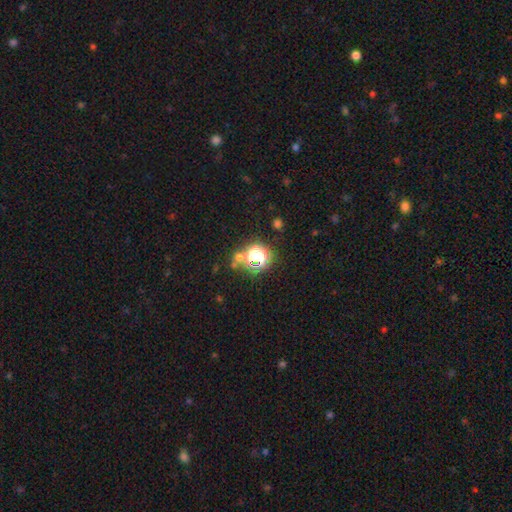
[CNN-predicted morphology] Smooth or featured?
  - star or artifact: 52% *
  - smooth: 38%
  - featured or disk: 10%